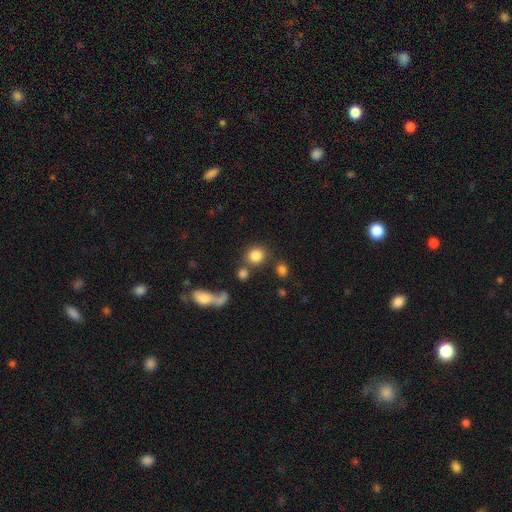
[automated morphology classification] Overall: smooth (83%). How rounded: round (86%). Merging: none (67%).